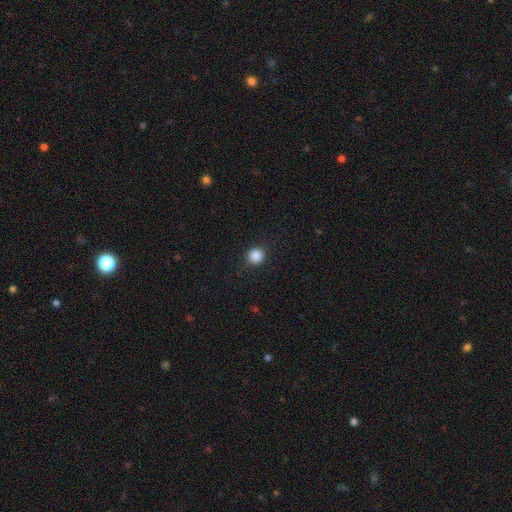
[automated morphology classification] Smooth or featured: smooth — 87% (star or artifact — 10%)
How rounded: round — 93% (in between — 6%)
Merging: none — 90% (minor disturbance — 6%)